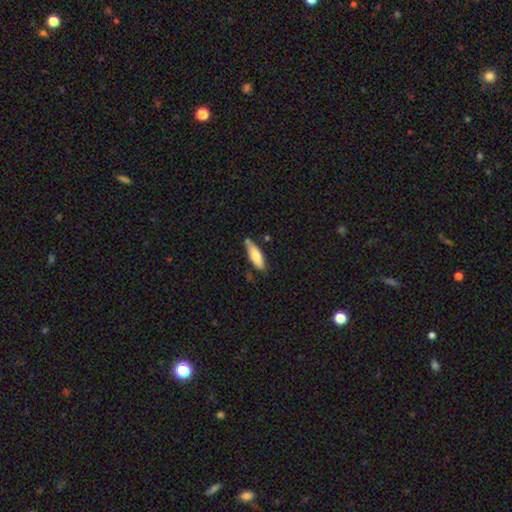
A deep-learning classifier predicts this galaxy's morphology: type=smooth (72%); roundness=in between (54%); merging=none (70%).